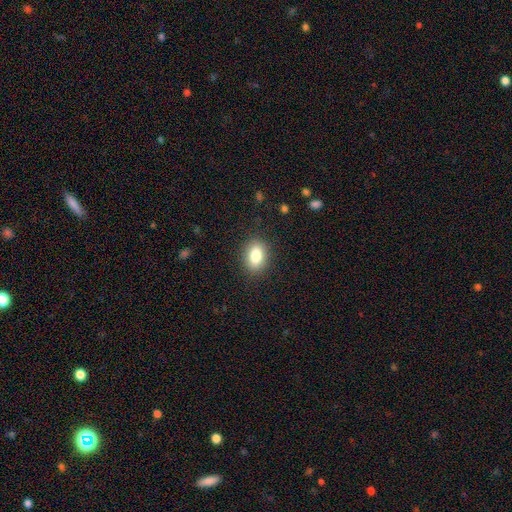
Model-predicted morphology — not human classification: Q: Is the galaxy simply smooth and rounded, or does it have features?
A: smooth — 82%.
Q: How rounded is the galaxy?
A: in between — 78%.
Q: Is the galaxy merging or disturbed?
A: none — 87%.